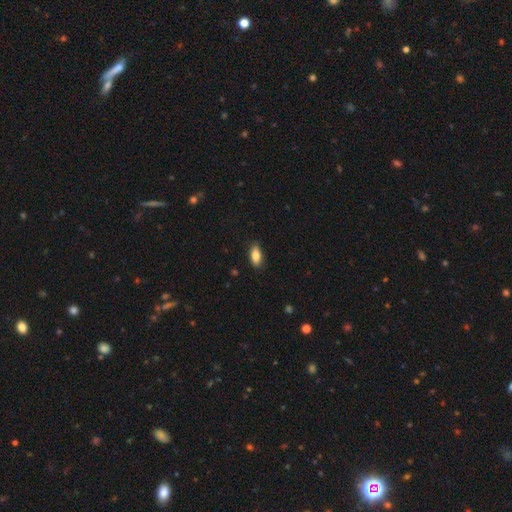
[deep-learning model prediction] Overall: smooth (83%). How rounded: in between (86%). Merging: none (86%).